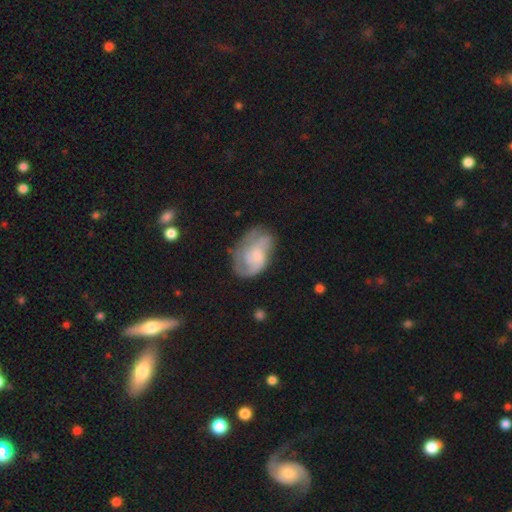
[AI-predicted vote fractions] A featured or disk galaxy (69%) with no bar (67%), 2 (41%) medium (44%) spiral arms (85%) and a small central bulge (49%).

Vote fractions:
- Smooth or featured? featured or disk: 69% / smooth: 25% / star or artifact: 7%
- Edge-on disk? no: 97% / yes: 3%
- Bar? no: 67% / weak: 28% / strong: 4%
- Spiral arms? yes: 85% / no: 15%
- Spiral winding? medium: 44% / tight: 34% / loose: 22%
- Spiral arm count? 2: 41% / can't tell: 27% / 3: 17% / 1: 9% / 4: 4% / more than 4: 3%
- Bulge size? small: 49% / moderate: 30% / none: 14% / large: 5% / dominant: 1%
- Merging? none: 51% / minor disturbance: 26% / major disturbance: 21% / merger: 3%